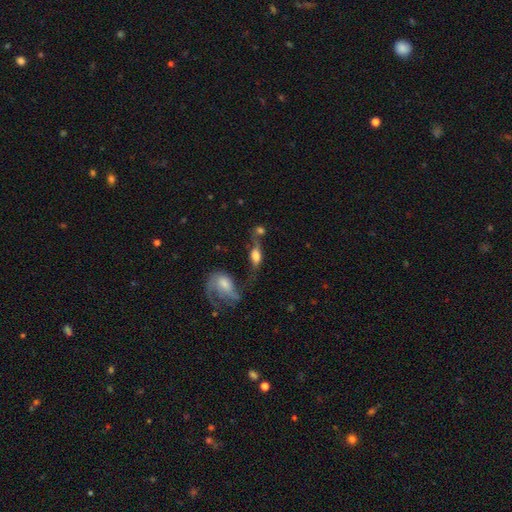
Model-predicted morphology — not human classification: This is possibly a smooth galaxy (49%). Merging: marginally none (32%).